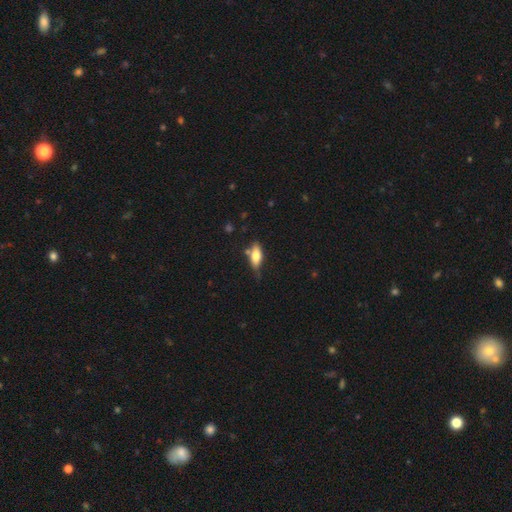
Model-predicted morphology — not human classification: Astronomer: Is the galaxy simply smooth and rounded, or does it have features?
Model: smooth — 73%.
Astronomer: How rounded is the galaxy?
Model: in between — 78%.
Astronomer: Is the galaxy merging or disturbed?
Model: none — 63%.